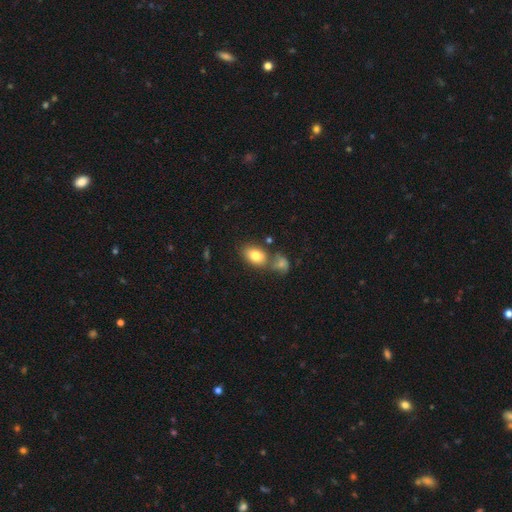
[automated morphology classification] smooth 80%, featured or disk 11%, star or artifact 8%. Down the decision tree: how rounded — in between (83%); merging — none (58%).